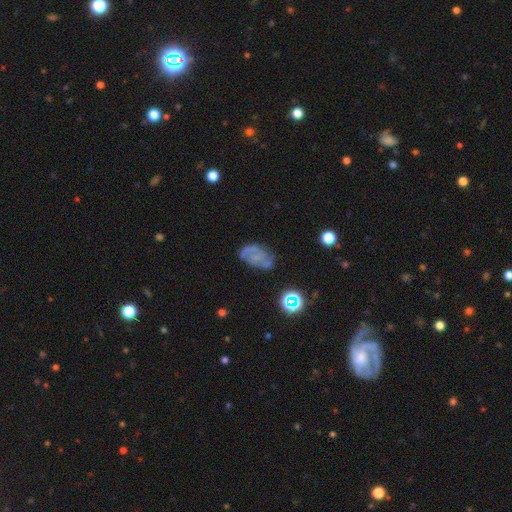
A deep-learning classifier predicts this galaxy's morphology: Smooth or featured? Predicted: featured or disk (p=0.53). Edge-on disk? Predicted: no (p=0.96). Bar? Predicted: no (p=0.76). Spiral arms? Predicted: yes (p=0.62). Bulge size? Predicted: none (p=0.72). Merging? Predicted: none (p=0.57).